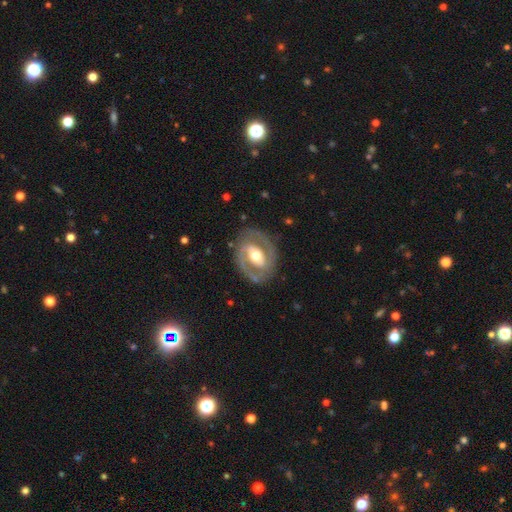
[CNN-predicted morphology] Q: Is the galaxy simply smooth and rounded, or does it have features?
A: featured or disk — 82%.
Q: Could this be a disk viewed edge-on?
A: no — 96%.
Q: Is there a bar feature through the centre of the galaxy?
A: strong — 36%, tied with weak.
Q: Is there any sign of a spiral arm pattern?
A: yes — 77%.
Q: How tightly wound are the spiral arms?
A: medium — 45%.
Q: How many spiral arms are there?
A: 2 — 86%.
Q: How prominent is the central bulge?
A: moderate — 67%.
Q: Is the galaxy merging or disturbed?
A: none — 81%.